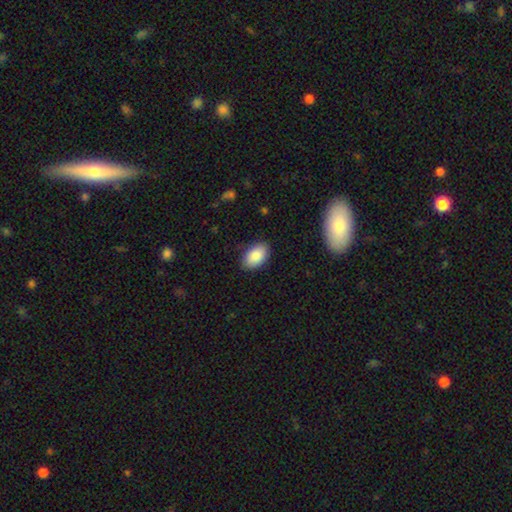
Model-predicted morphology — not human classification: A smooth galaxy with no disk features (88%) that is in between round and cigar-shaped (93%).

Vote fractions:
- Smooth or featured? smooth: 88% / star or artifact: 7% / featured or disk: 5%
- How rounded? in between: 93% / round: 6% / cigar-shaped: 1%
- Merging? none: 87% / minor disturbance: 10% / major disturbance: 2% / merger: 1%